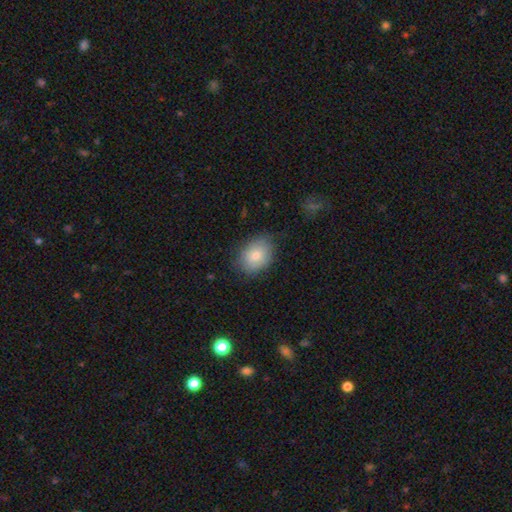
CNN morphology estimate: Smooth or featured? smooth (78%)
How rounded? in between (72%)
Merging? none (75%)